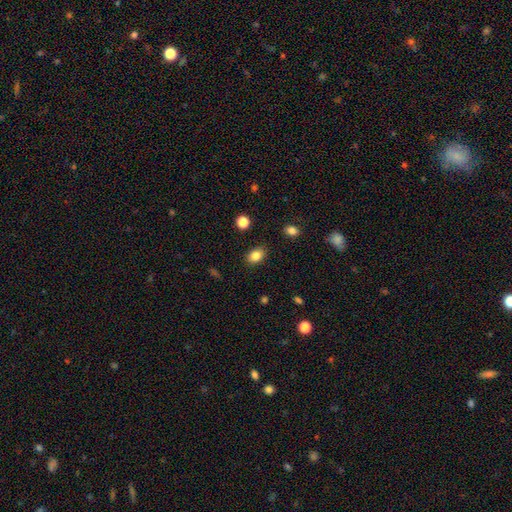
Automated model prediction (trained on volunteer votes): smooth-or-featured: smooth: 83% | star or artifact: 10% | featured or disk: 7%
  how-rounded: in between: 74% | round: 25% | cigar-shaped: 1%
  merging: none: 86% | minor disturbance: 10% | major disturbance: 3% | merger: 1%